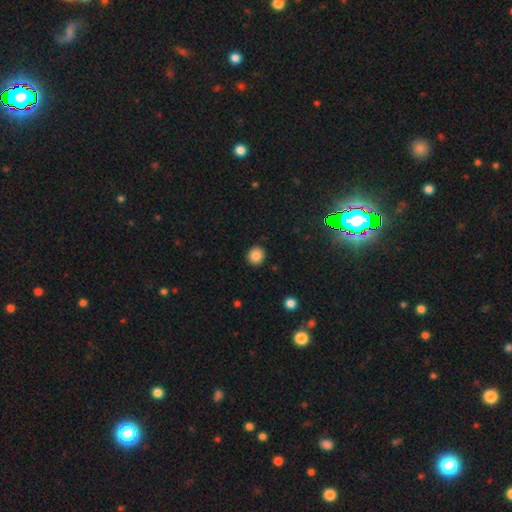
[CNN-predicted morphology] smooth-or-featured: smooth: 85% | star or artifact: 10% | featured or disk: 5%
  how-rounded: round: 86% | in between: 13% | cigar-shaped: 1%
  merging: none: 91% | minor disturbance: 6% | major disturbance: 2% | merger: 1%